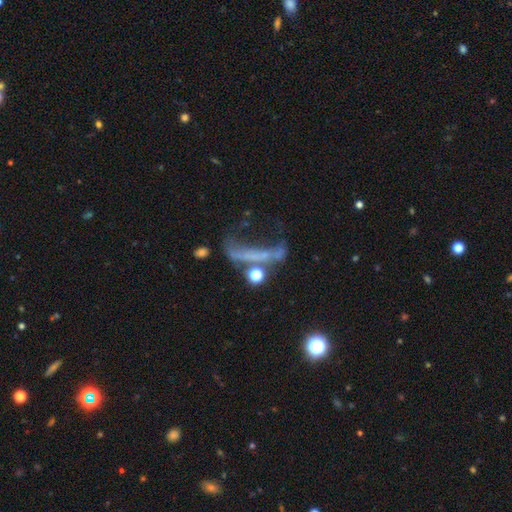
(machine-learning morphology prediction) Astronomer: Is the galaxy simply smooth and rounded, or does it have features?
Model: featured or disk — 46% (runner-up: smooth, 29%).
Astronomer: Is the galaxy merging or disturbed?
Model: major disturbance — 43% (runner-up: none, 26%).